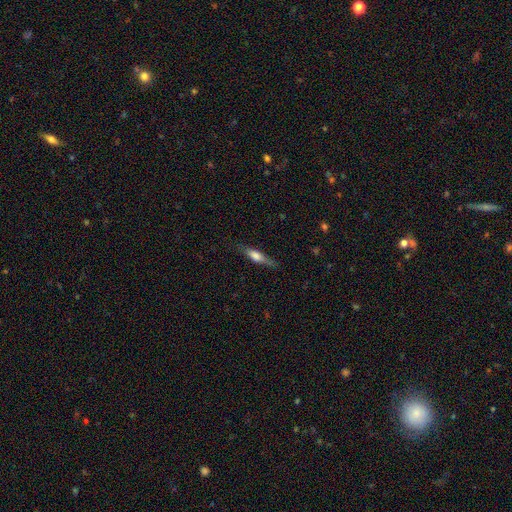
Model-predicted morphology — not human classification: This is possibly a smooth galaxy (52%). How rounded: likely cigar-shaped (73%). Merging: likely none (79%).